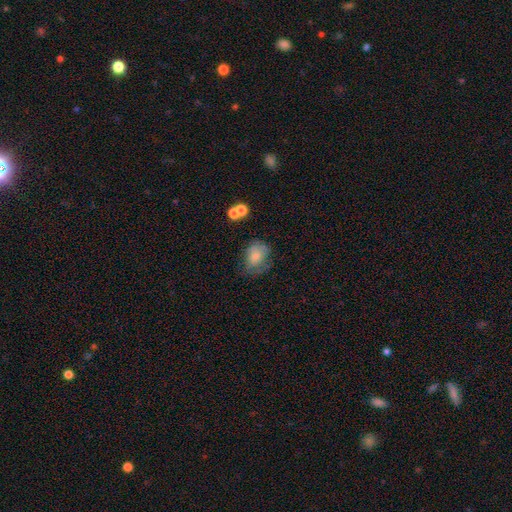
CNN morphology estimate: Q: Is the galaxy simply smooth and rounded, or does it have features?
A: smooth — 63%.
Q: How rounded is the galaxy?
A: in between — 63%.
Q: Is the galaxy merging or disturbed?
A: none — 48%.